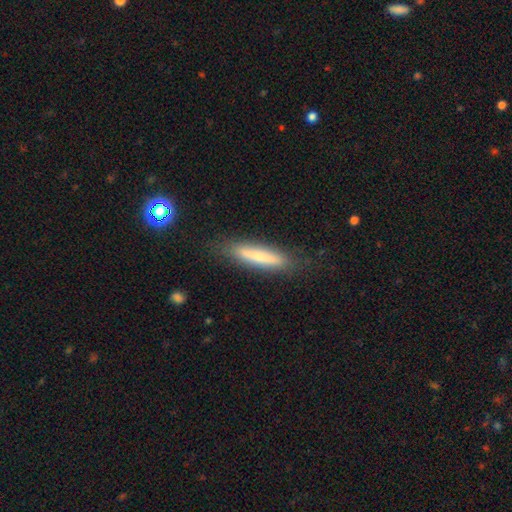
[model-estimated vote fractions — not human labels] The model was most divided on "smooth or featured": smooth: 66%, featured or disk: 25%, star or artifact: 9%. More confident: how rounded — cigar-shaped (87%); merging — none (83%).